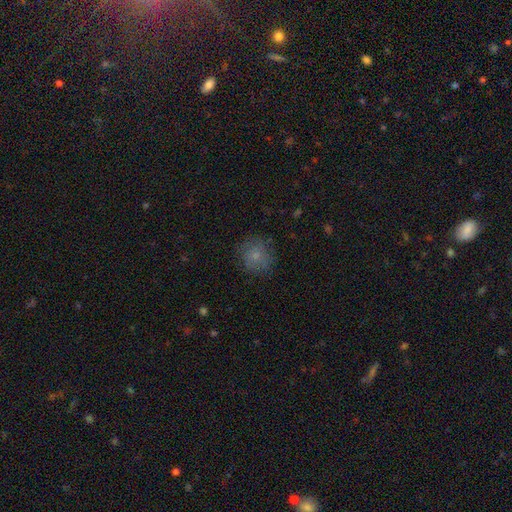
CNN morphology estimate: Smooth or featured? Predicted: smooth (p=0.77). How rounded? Predicted: round (p=0.85). Merging? Predicted: none (p=0.78).